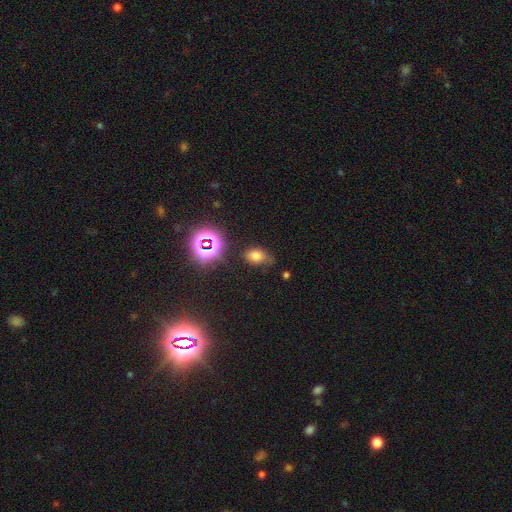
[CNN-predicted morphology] This is likely a smooth galaxy (69%). How rounded: likely in between (76%). Merging: likely none (61%).